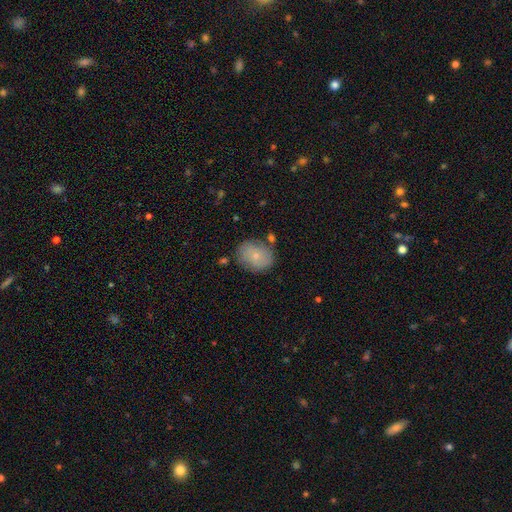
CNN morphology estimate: smooth_or_featured: smooth (p=0.73) [alt: featured or disk p=0.19]
how_rounded: in between (p=0.51) [alt: round p=0.48]
merging: none (p=0.74) [alt: minor disturbance p=0.17]